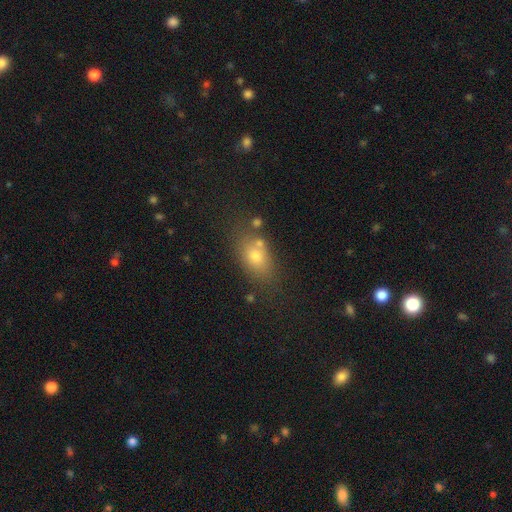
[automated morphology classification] smooth-or-featured: smooth: 70% | featured or disk: 17% | star or artifact: 13%
  how-rounded: in between: 75% | round: 21% | cigar-shaped: 4%
  merging: none: 64% | merger: 15% | minor disturbance: 15% | major disturbance: 6%